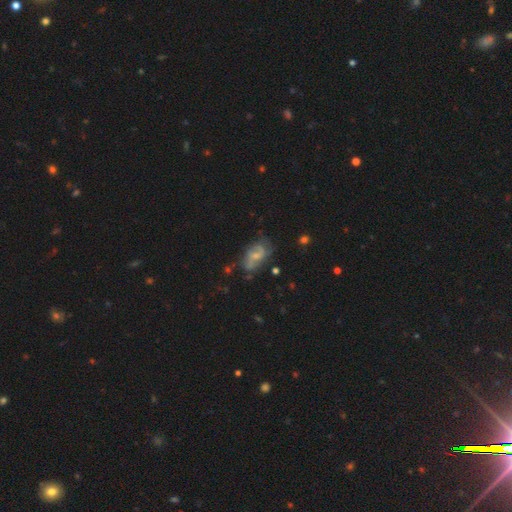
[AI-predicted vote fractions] Overall: featured or disk (63%; smooth 28%). Edge-on disk: no (95%). Bar: no (47%; weak 44%). Spiral arms: yes (80%). Bulge size: small (47%; moderate 37%). Merging: none (56%; minor disturbance 26%).